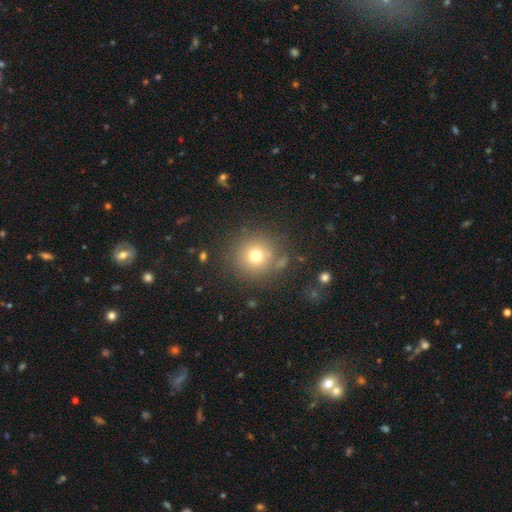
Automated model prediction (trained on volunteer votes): The model was most divided on "smooth or featured": smooth: 71%, star or artifact: 16%, featured or disk: 13%. More confident: how rounded — round (93%); merging — none (81%).